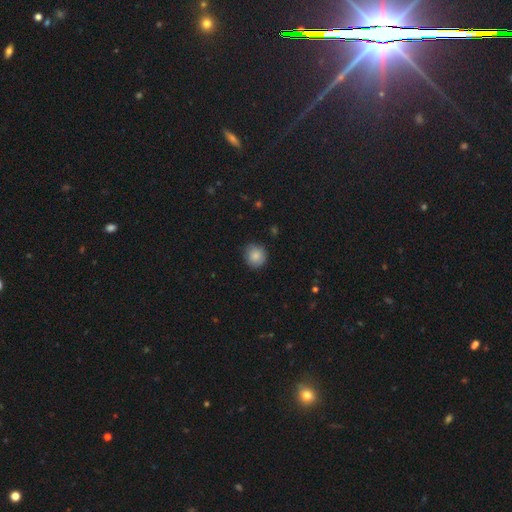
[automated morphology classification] This is clearly a smooth galaxy (84%). How rounded: clearly round (90%). Merging: clearly none (82%).